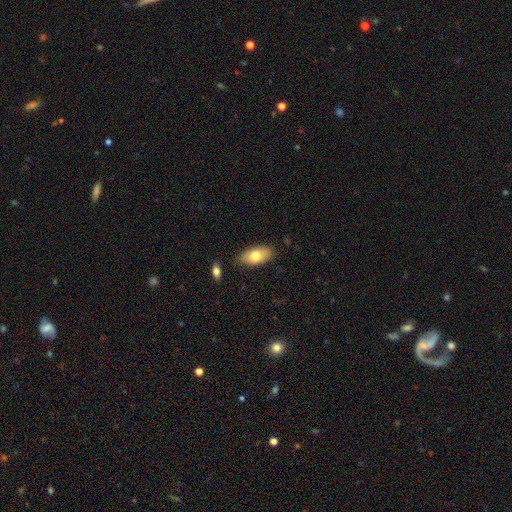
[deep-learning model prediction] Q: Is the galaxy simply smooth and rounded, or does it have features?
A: smooth — 75%.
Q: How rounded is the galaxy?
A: in between — 91%.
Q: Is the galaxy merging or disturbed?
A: none — 83%.